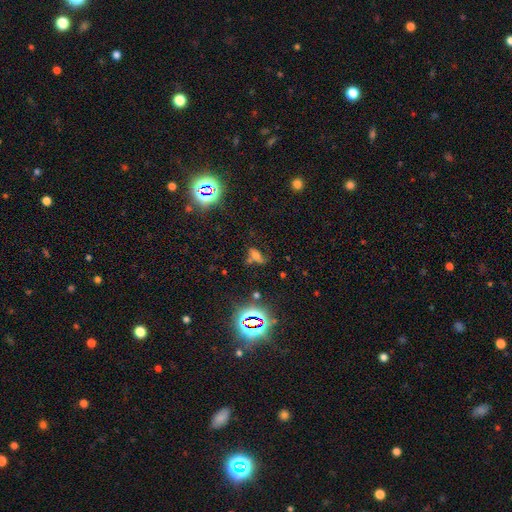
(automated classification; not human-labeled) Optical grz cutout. It shows a smooth galaxy with no disk features (40%). Merging: none (47%).